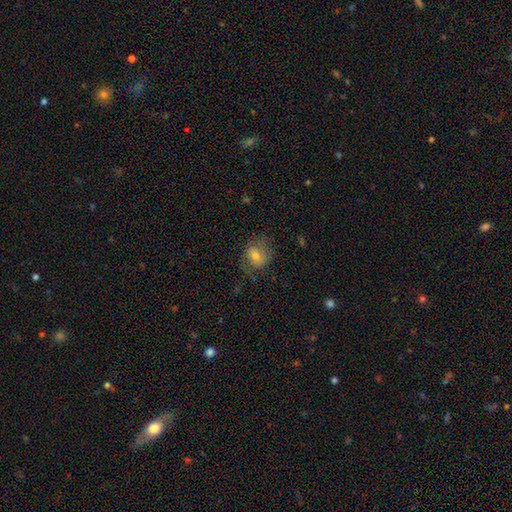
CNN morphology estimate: Smooth or featured? Predicted: smooth (p=0.57). How rounded? Predicted: round (p=0.59). Merging? Predicted: none (p=0.58).